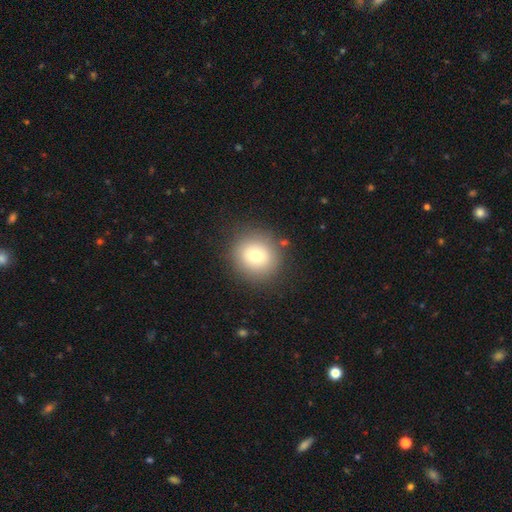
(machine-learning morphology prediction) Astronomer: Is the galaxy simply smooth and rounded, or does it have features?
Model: smooth — 74%.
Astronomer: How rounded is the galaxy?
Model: round — 91%.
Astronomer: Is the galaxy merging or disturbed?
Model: none — 88%.